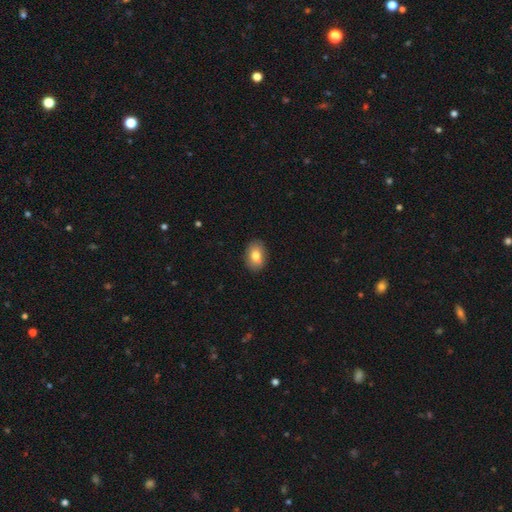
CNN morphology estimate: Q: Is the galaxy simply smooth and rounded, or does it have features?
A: smooth — 80%.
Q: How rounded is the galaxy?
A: in between — 80%.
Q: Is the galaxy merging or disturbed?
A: none — 87%.